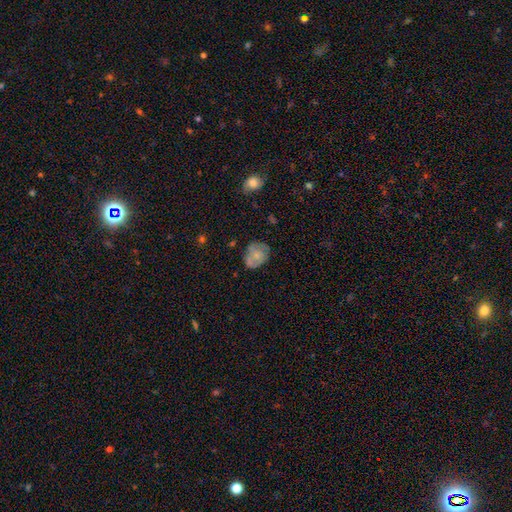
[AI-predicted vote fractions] Smooth or featured? smooth (55%)
How rounded? round (51%)
Merging? none (59%)